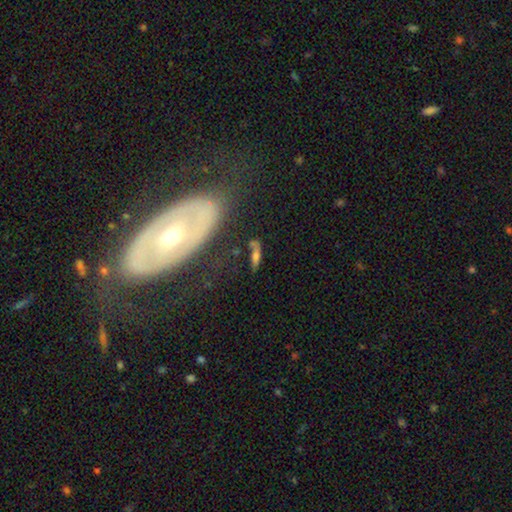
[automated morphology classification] Overall: smooth (56%; featured or disk 31%). How rounded: cigar-shaped (51%; in between 42%). Merging: none (55%; minor disturbance 21%).